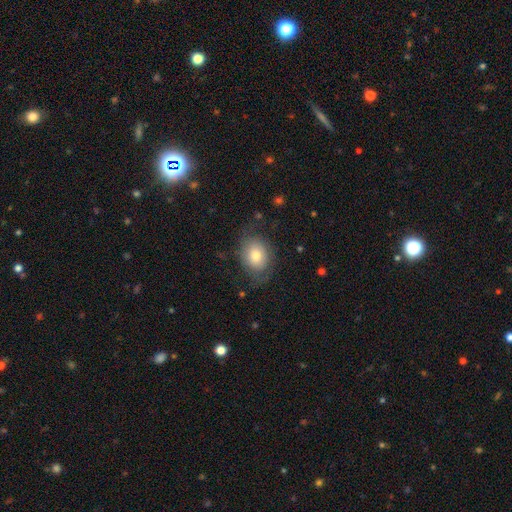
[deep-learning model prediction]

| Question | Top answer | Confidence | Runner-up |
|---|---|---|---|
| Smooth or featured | smooth | 69% | featured or disk (23%) |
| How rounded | in between | 62% | round (37%) |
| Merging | none | 65% | minor disturbance (23%) |